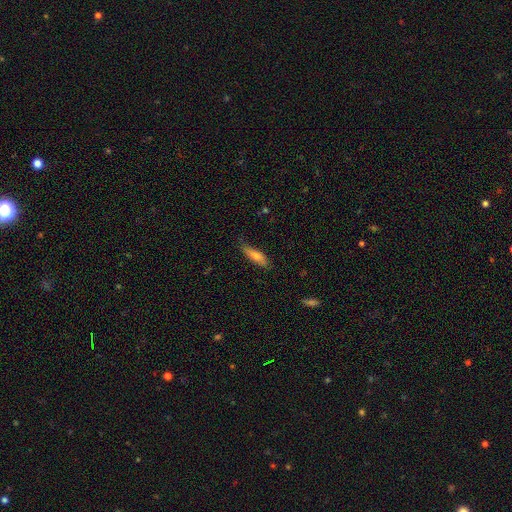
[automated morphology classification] A smooth galaxy with no disk features (72%) that is cigar-shaped (62%). Merging: none (73%).